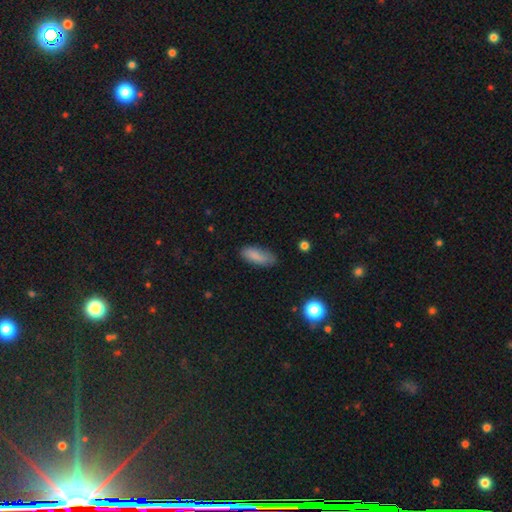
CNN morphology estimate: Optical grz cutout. It shows a smooth galaxy with no disk features (84%) that is in between round and cigar-shaped (76%). Merging: none (69%).